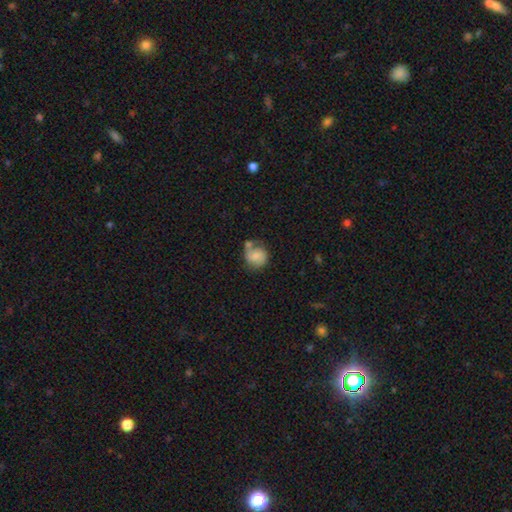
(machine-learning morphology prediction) Smooth or featured? Predicted: smooth (p=0.52). How rounded? Predicted: round (p=0.76). Merging? Predicted: none (p=0.45).